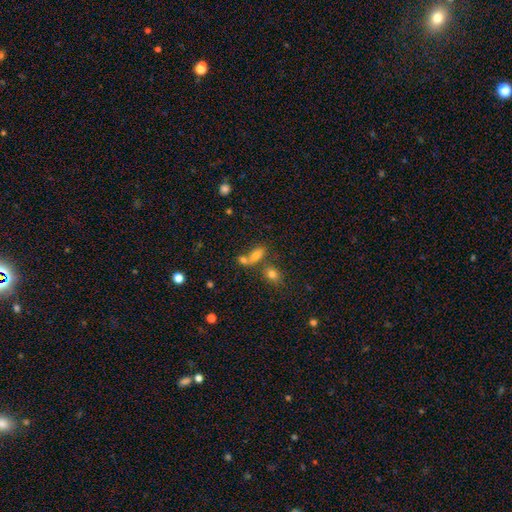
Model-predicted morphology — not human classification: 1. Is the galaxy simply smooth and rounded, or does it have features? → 68% smooth, 20% star or artifact, 12% featured or disk.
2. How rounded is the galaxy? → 74% in between, 17% round, 9% cigar-shaped.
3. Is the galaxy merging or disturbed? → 43% none, 40% merger, 10% minor disturbance, 7% major disturbance.